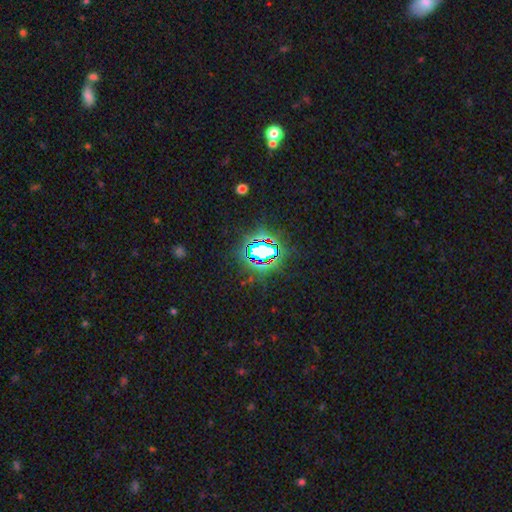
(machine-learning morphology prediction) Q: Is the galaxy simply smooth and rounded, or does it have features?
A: star or artifact — 75%.